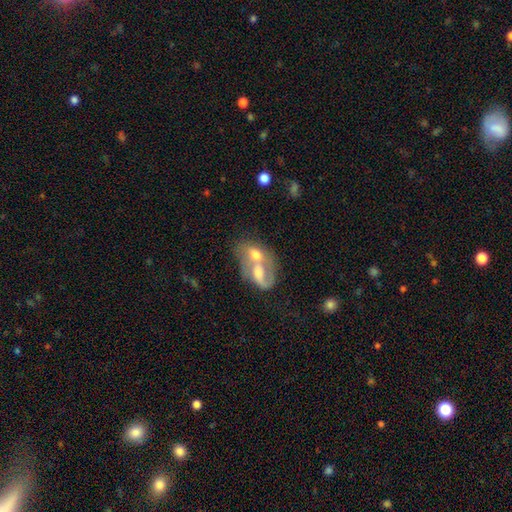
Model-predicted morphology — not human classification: Q: Smooth or featured?
A: smooth (44%); runner-up: featured or disk (41%)
Q: Merging?
A: merger (57%); runner-up: none (28%)